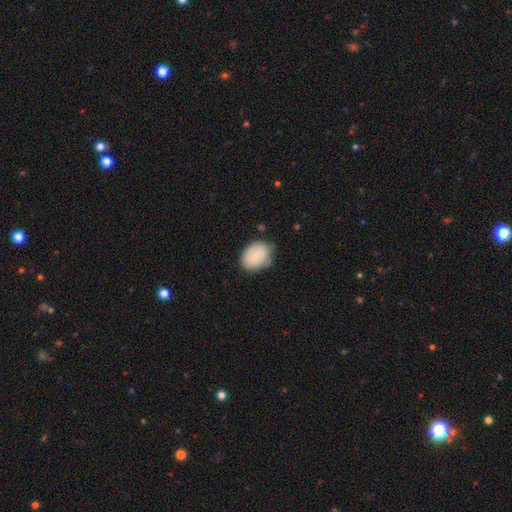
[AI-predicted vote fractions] Morphology: type=smooth (70%); roundness=in between (66%); merging=none (70%).